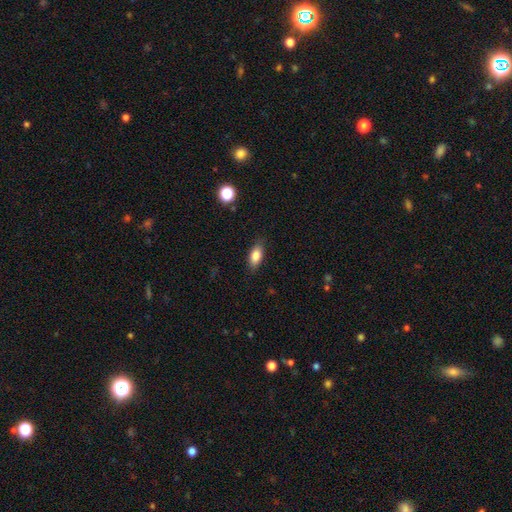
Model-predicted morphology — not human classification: The model was most divided on "merging": none: 85%, minor disturbance: 11%, major disturbance: 3%, merger: 1%. More confident: how rounded — in between (85%); smooth or featured — smooth (83%).